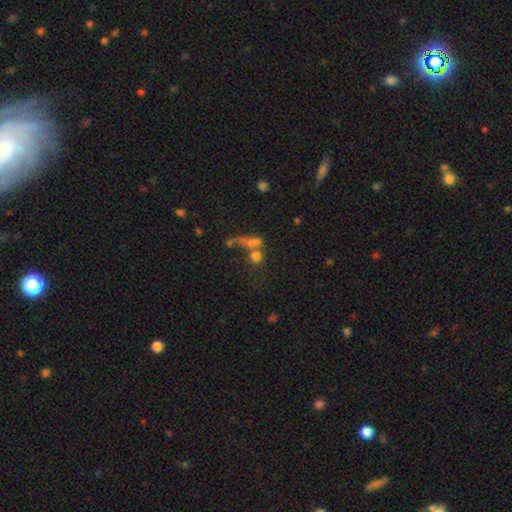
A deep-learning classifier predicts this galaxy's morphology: A smooth galaxy with no disk features (66%) that is round (72%). Merging: merger (41%).